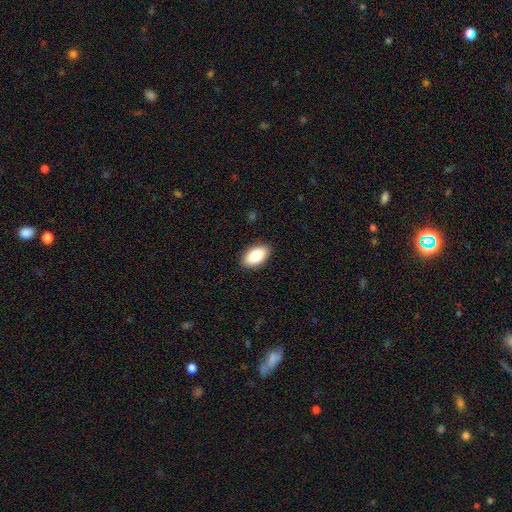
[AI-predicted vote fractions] A smooth galaxy with no disk features (87%) that is in between round and cigar-shaped (94%). Merging: none (88%).